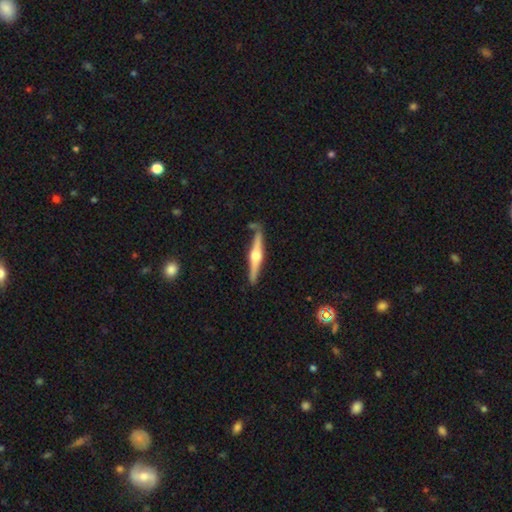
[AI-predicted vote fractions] Smooth or featured: featured or disk — 76% (smooth — 19%)
Edge-on disk: yes — 98% (no — 2%)
Edge-on bulge: rounded — 94% (boxy — 4%)
Merging: none — 83% (minor disturbance — 11%)